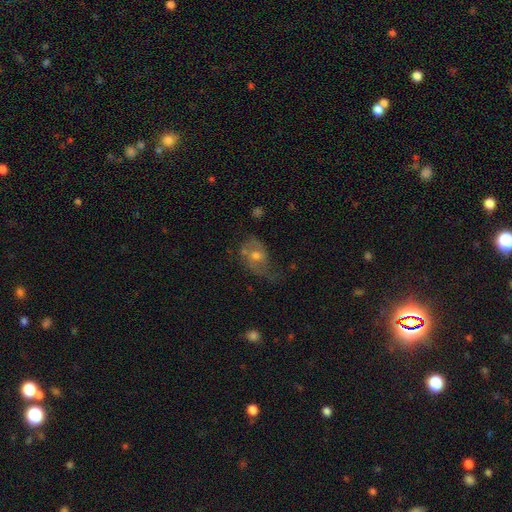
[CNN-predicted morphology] Overall: featured or disk (60%; smooth 30%). Edge-on disk: no (95%). Bar: no (64%; weak 30%). Spiral arms: yes (71%). Bulge size: moderate (63%; small 27%). Merging: none (39%; major disturbance 28%).